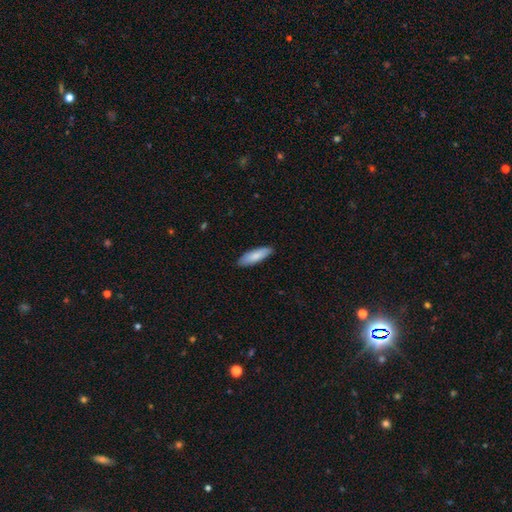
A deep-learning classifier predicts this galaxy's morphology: Q: Smooth or featured?
A: smooth (85%); runner-up: featured or disk (10%)
Q: How rounded?
A: in between (51%); runner-up: cigar-shaped (48%)
Q: Merging?
A: none (88%); runner-up: minor disturbance (9%)